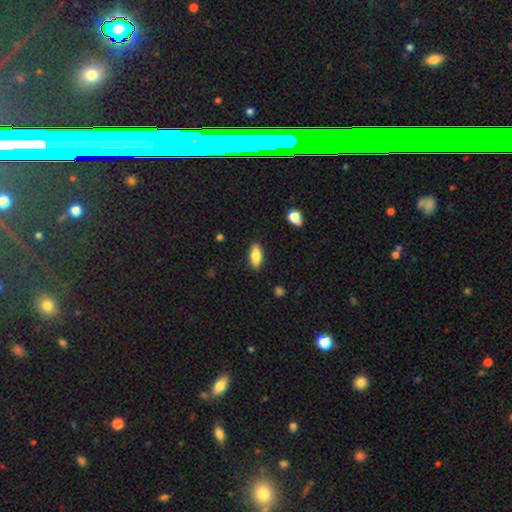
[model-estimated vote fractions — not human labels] Smooth or featured? smooth (81%)
How rounded? in between (81%)
Merging? none (88%)